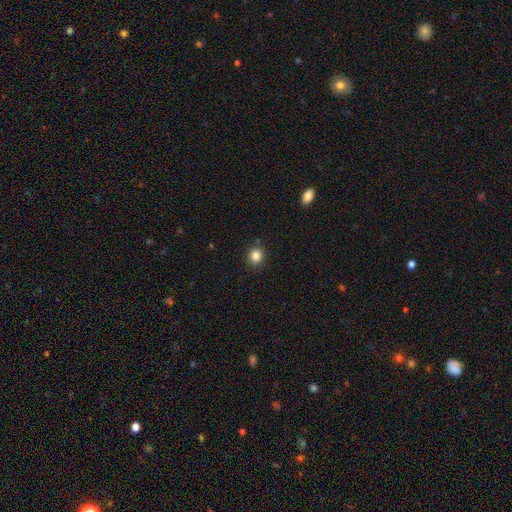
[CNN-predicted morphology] A smooth galaxy with no disk features (84%) that is round (82%). Merging: none (88%).